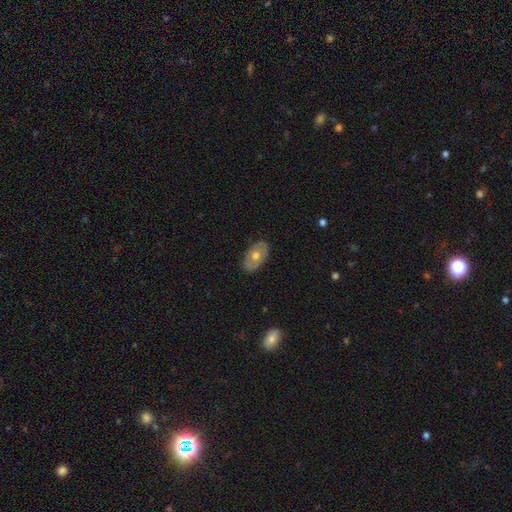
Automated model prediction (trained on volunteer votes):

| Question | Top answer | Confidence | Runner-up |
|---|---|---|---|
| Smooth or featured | smooth | 47% | featured or disk (46%) |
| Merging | none | 85% | minor disturbance (12%) |